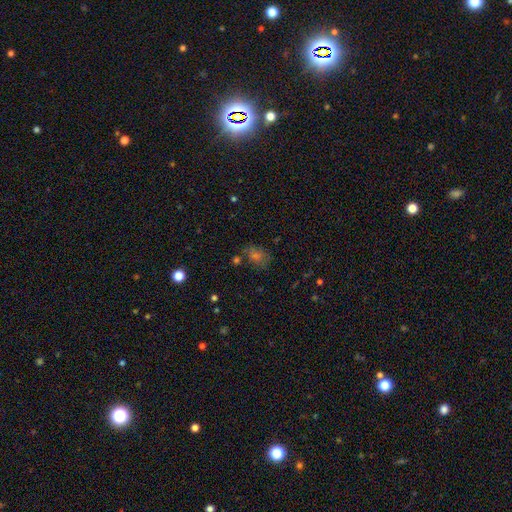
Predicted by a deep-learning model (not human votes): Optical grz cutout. It shows a smooth galaxy with no disk features (54%) that is in between round and cigar-shaped (60%). Merging: none (70%).